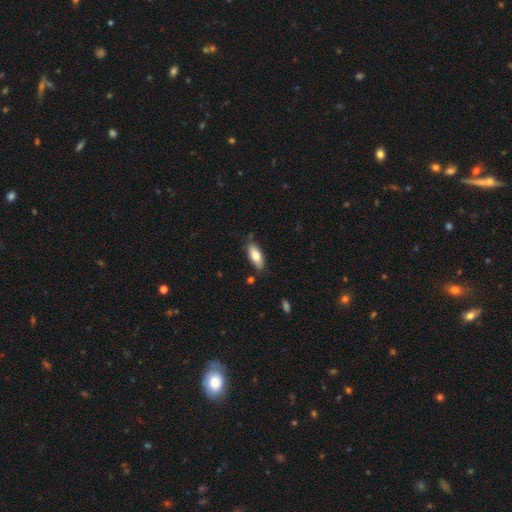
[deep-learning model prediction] smooth-or-featured: smooth: 77% | featured or disk: 17% | star or artifact: 6%
  how-rounded: in between: 81% | cigar-shaped: 17% | round: 2%
  merging: none: 80% | minor disturbance: 14% | merger: 3% | major disturbance: 3%